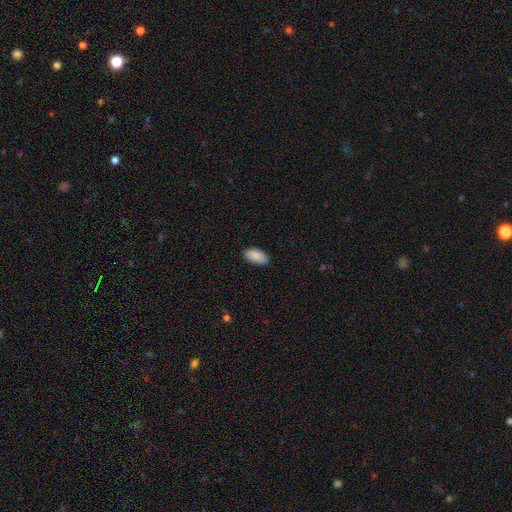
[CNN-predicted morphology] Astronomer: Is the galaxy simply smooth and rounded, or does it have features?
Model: smooth — 89%.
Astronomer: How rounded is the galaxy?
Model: in between — 94%.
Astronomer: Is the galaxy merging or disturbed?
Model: none — 84%.